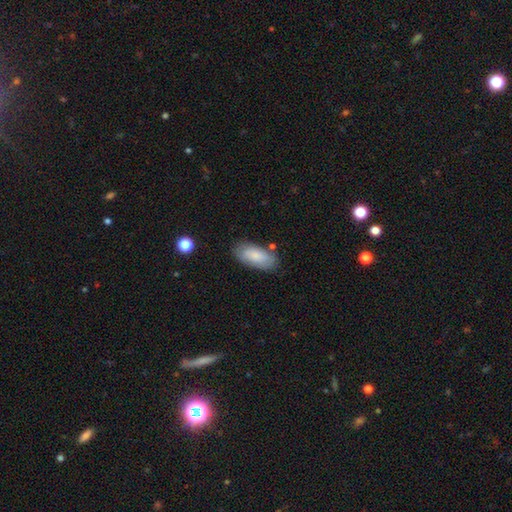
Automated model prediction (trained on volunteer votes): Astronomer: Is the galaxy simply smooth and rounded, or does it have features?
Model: smooth — 78%.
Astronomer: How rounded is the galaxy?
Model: in between — 89%.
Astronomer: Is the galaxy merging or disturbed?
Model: none — 77%.